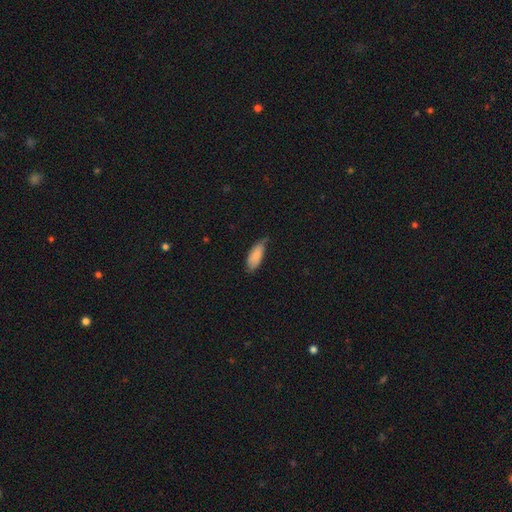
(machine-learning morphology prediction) Smooth or featured?
  - smooth: 83% *
  - featured or disk: 10%
  - star or artifact: 6%
How rounded?
  - in between: 79% *
  - cigar-shaped: 20%
  - round: 2%
Merging?
  - none: 50% *
  - minor disturbance: 41%
  - major disturbance: 7%
  - merger: 2%